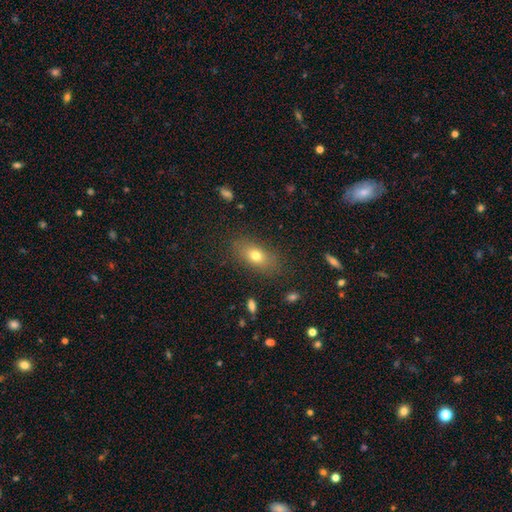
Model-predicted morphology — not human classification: Q: Smooth or featured?
A: smooth (73%); runner-up: featured or disk (15%)
Q: How rounded?
A: in between (79%); runner-up: round (13%)
Q: Merging?
A: none (82%); runner-up: minor disturbance (12%)